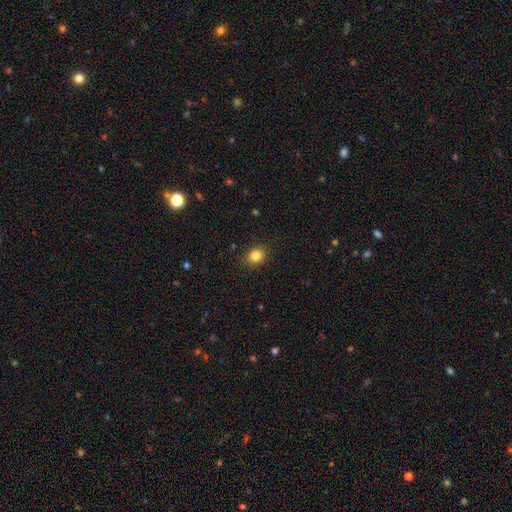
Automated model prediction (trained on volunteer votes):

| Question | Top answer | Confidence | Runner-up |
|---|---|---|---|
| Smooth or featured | smooth | 84% | star or artifact (11%) |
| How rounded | round | 54% | in between (45%) |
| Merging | none | 88% | minor disturbance (9%) |